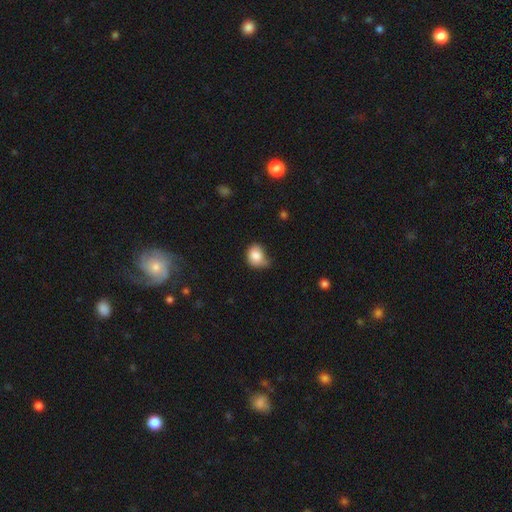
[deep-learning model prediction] Smooth or featured?
  - smooth: 84% *
  - star or artifact: 9%
  - featured or disk: 7%
How rounded?
  - round: 54% *
  - in between: 45%
  - cigar-shaped: 1%
Merging?
  - none: 42% * (tied)
  - minor disturbance: 42% * (tied)
  - major disturbance: 11%
  - merger: 6%